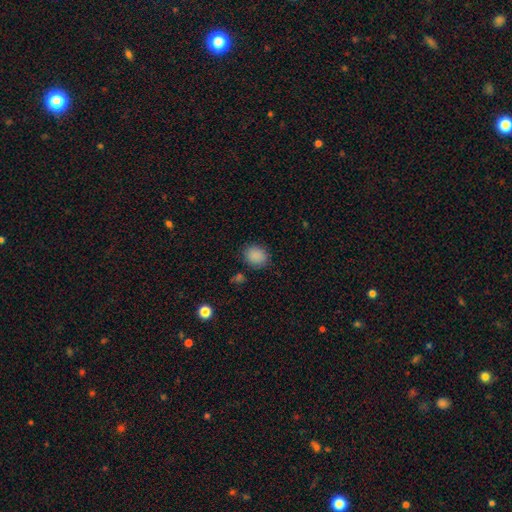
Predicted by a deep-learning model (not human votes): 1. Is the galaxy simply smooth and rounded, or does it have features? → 87% smooth, 10% star or artifact, 3% featured or disk.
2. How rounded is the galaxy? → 63% round, 36% in between, 1% cigar-shaped.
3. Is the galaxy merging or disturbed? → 84% none, 11% minor disturbance, 3% major disturbance, 2% merger.